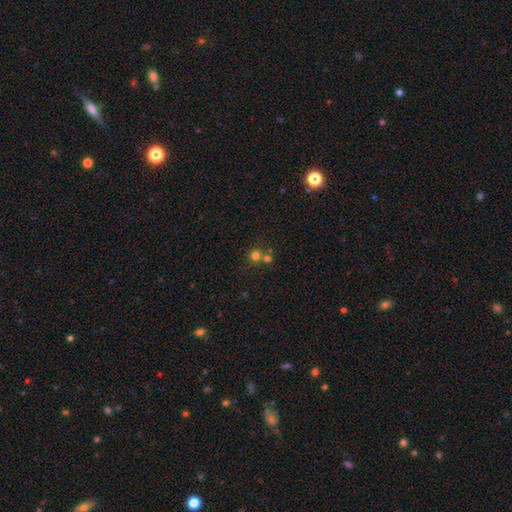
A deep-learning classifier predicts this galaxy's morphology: smooth 73%, star or artifact 19%, featured or disk 9%. Down the decision tree: how rounded — round (91%); merging — none (56%).